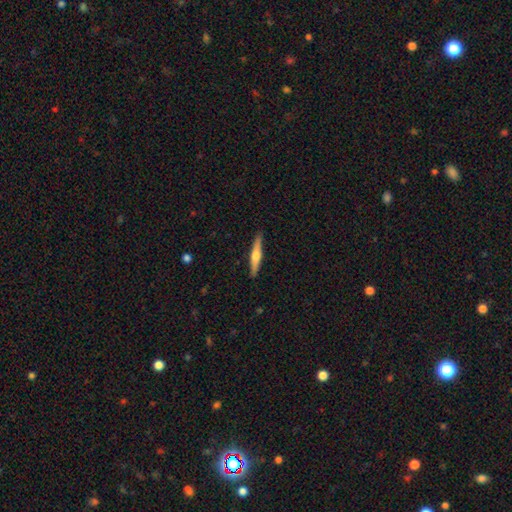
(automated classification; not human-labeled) Smooth or featured: featured or disk — 56% (smooth — 39%)
Edge-on disk: yes — 97% (no — 3%)
Edge-on bulge: rounded — 89% (none — 6%)
Merging: none — 90% (minor disturbance — 7%)